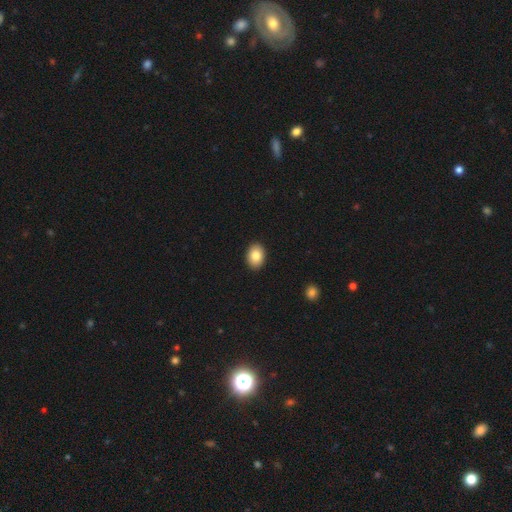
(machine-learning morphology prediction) This appears to be a smooth galaxy with no disk features (84%) that is in between round and cigar-shaped (78%). Merging: none (91%).